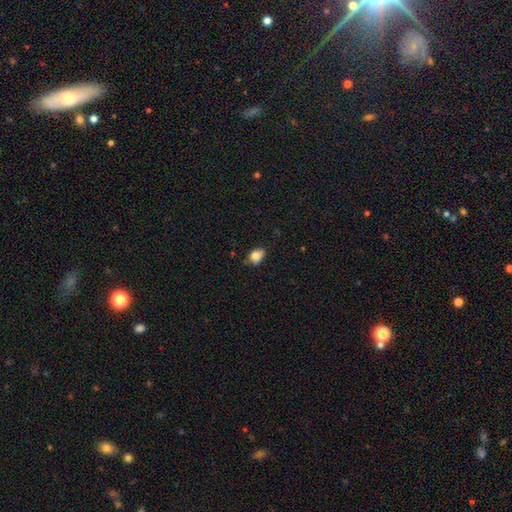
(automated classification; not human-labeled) A smooth galaxy with no disk features (81%) that is in between round and cigar-shaped (76%). Merging: none (65%).